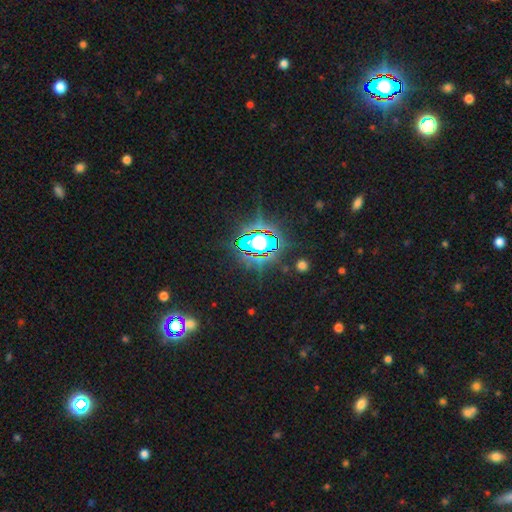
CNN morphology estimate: This is clearly a star or artifact rather than a galaxy (84%).